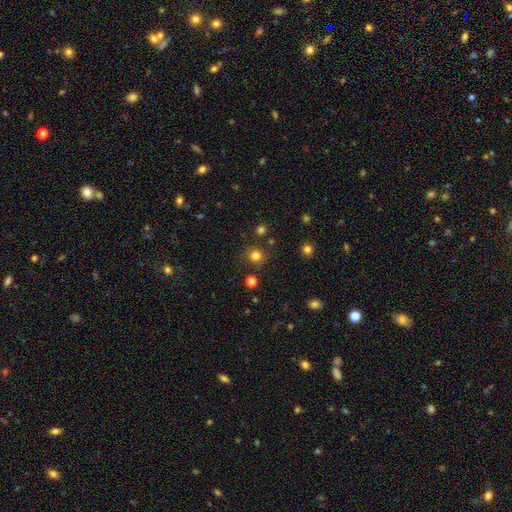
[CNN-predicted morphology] Overall: smooth (79%). How rounded: round (91%). Merging: none (85%).